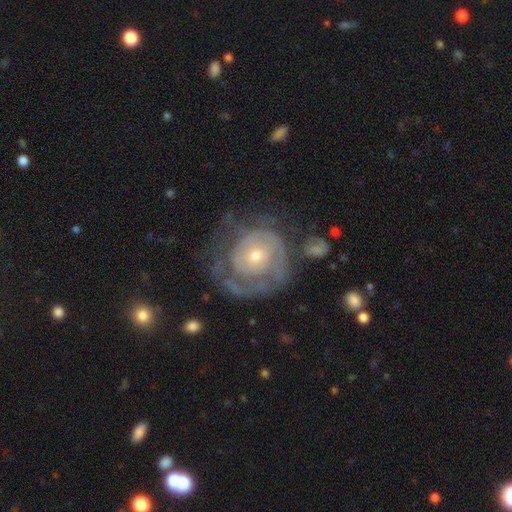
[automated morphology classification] The model was most divided on "merging": none: 44%, major disturbance: 30%, minor disturbance: 21%, merger: 5%. Remaining: edge-on disk — no (97%); bar — no (78%); spiral arms — yes (78%); smooth or featured — featured or disk (76%); spiral winding — tight (69%); bulge size — small (58%); spiral arm count — can't tell (44%).